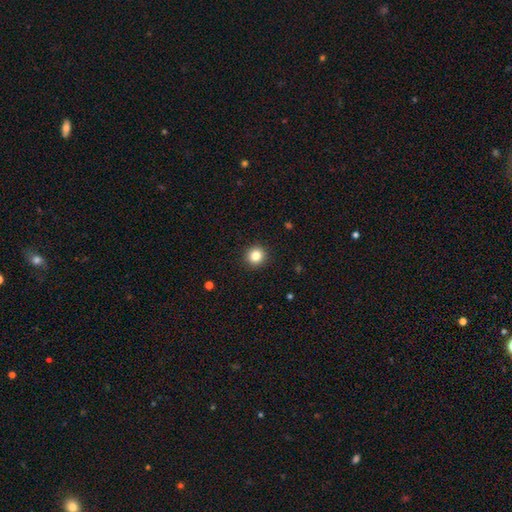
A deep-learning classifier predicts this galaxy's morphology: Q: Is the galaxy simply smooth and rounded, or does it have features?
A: smooth — 83%.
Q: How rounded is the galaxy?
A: round — 93%.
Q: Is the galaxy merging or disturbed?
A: none — 93%.